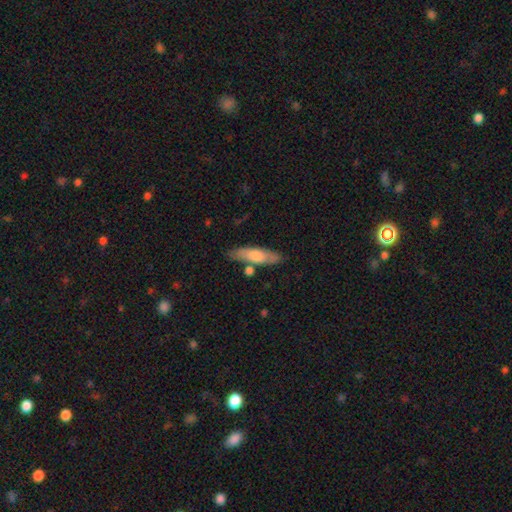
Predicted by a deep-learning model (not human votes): smooth 67%, featured or disk 27%, star or artifact 6%. Down the decision tree: how rounded — cigar-shaped (62%); merging — none (76%).